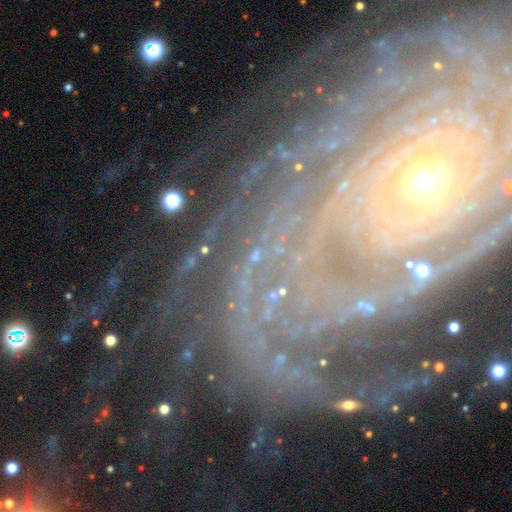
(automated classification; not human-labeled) Smooth or featured?
  - star or artifact: 60% *
  - featured or disk: 27%
  - smooth: 13%